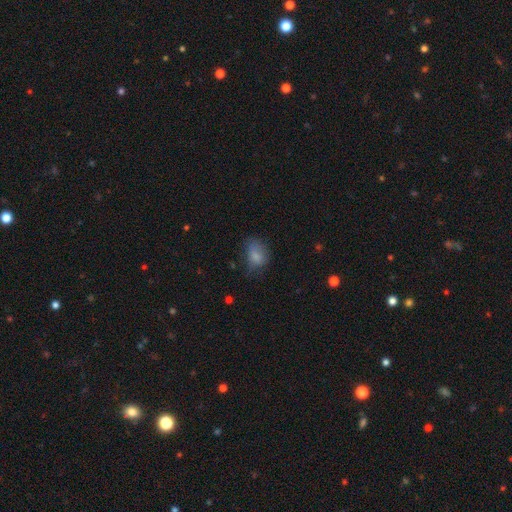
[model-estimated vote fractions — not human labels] The model was most divided on "merging": none: 48%, minor disturbance: 32%, major disturbance: 18%, merger: 2%. More confident: smooth or featured — smooth (77%); how rounded — in between (72%).